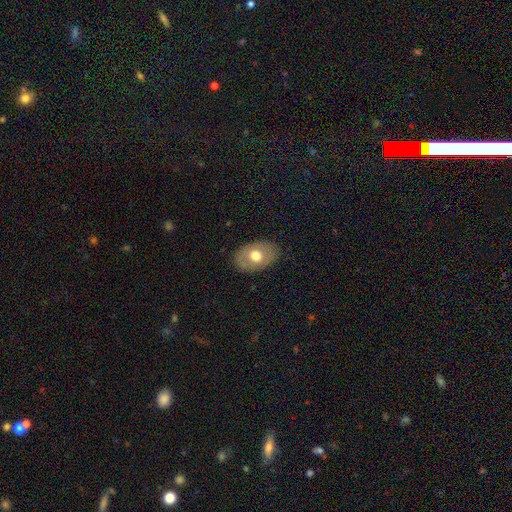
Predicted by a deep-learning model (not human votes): smooth 61%, featured or disk 32%, star or artifact 7%. Down the decision tree: how rounded — in between (81%); merging — none (84%).